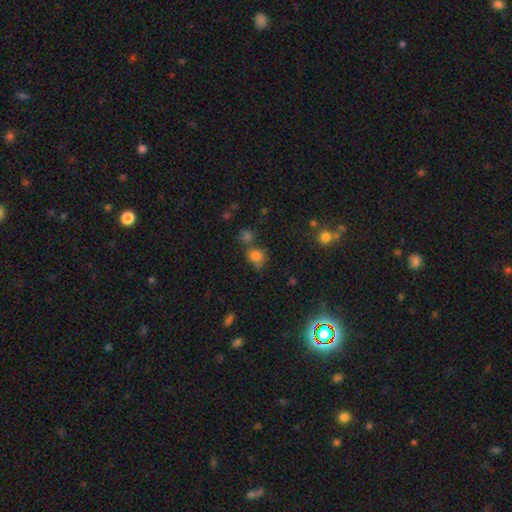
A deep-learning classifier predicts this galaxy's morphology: smooth 75%, star or artifact 17%, featured or disk 8%. Down the decision tree: how rounded — round (67%); merging — none (49%).